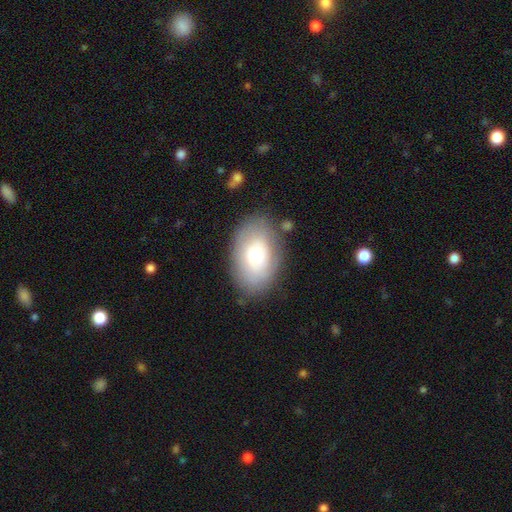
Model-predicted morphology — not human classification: Overall: smooth (72%). How rounded: in between (90%). Merging: none (77%).